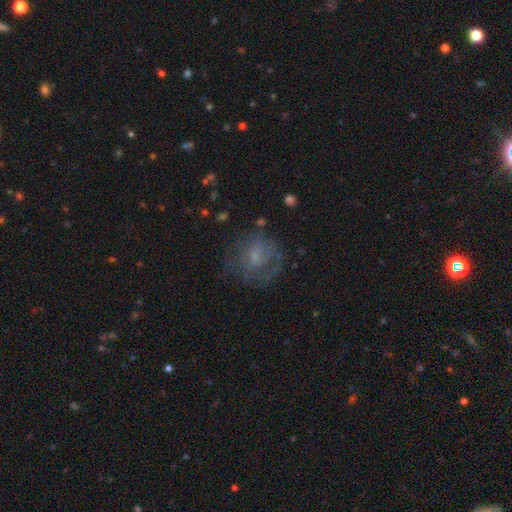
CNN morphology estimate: smooth_or_featured: featured or disk (p=0.48) [alt: smooth p=0.39]
merging: none (p=0.62) [alt: minor disturbance p=0.19]